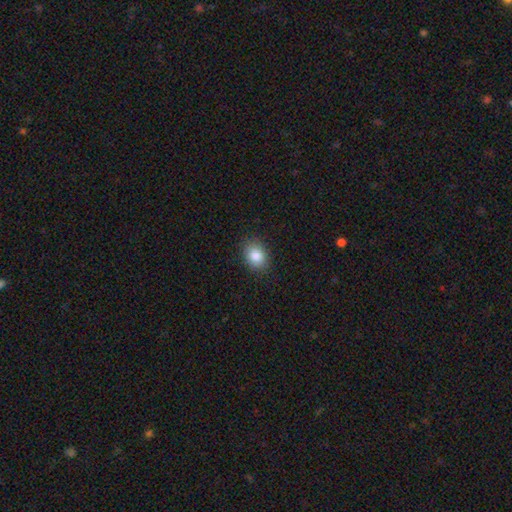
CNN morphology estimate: A smooth galaxy with no disk features (86%) that is in between round and cigar-shaped (66%).

Vote fractions:
- Smooth or featured? smooth: 86% / star or artifact: 9% / featured or disk: 6%
- How rounded? in between: 66% / round: 33% / cigar-shaped: 1%
- Merging? none: 86% / minor disturbance: 10% / major disturbance: 3% / merger: 1%